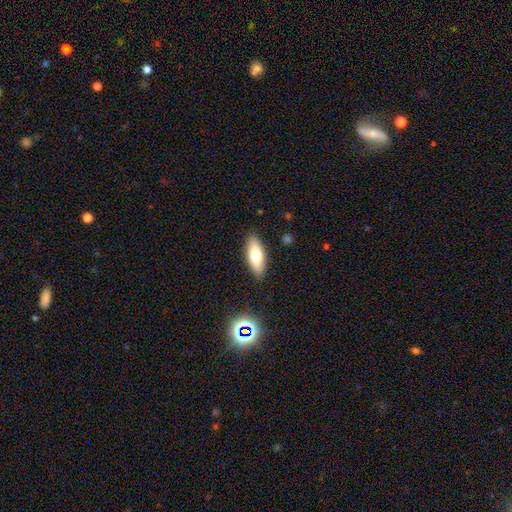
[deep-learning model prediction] This appears to be a smooth galaxy with no disk features (71%) that is in between round and cigar-shaped (73%). Merging: none (87%).